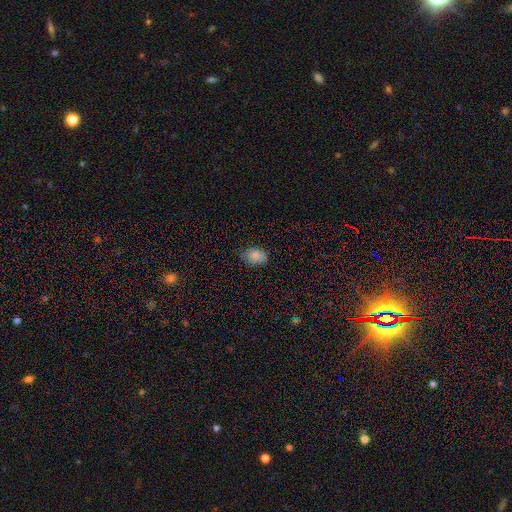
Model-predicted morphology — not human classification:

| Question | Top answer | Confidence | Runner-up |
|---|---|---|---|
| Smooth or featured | smooth | 83% | star or artifact (10%) |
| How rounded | in between | 72% | round (27%) |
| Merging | none | 77% | minor disturbance (19%) |